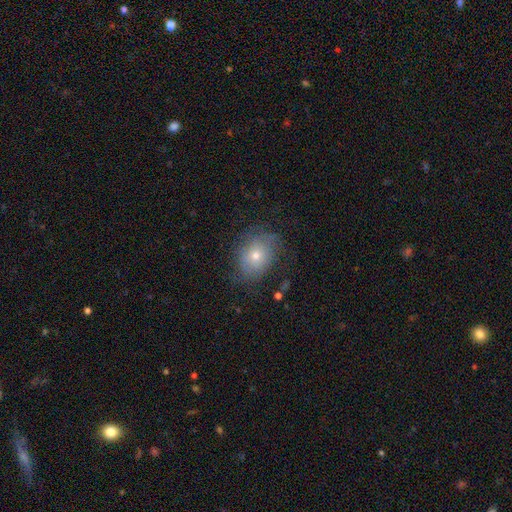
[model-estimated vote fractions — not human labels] This appears to be a smooth galaxy with no disk features (56%) that is in between round and cigar-shaped (54%). Merging: none (66%).